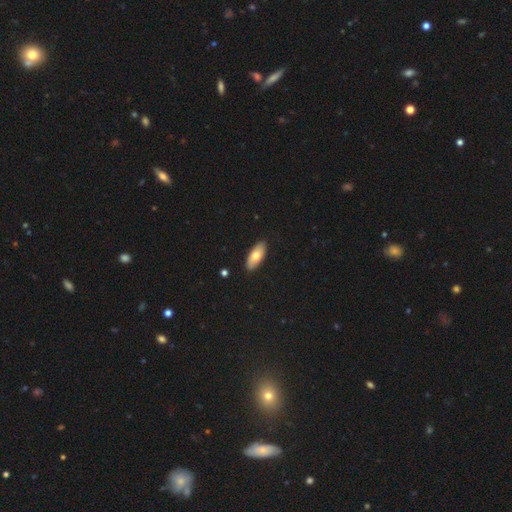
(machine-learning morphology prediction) A smooth galaxy with no disk features (70%) that is in between round and cigar-shaped (86%).

Vote fractions:
- Smooth or featured? smooth: 70% / featured or disk: 24% / star or artifact: 6%
- How rounded? in between: 86% / cigar-shaped: 12% / round: 2%
- Merging? none: 89% / minor disturbance: 8% / major disturbance: 2% / merger: 1%